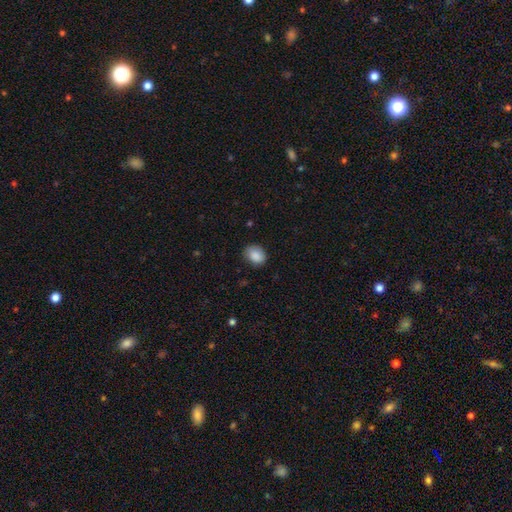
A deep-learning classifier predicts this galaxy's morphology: smooth-or-featured: smooth: 88% | star or artifact: 8% | featured or disk: 4%
  how-rounded: in between: 55% | round: 44% | cigar-shaped: 1%
  merging: none: 78% | minor disturbance: 18% | major disturbance: 3% | merger: 1%